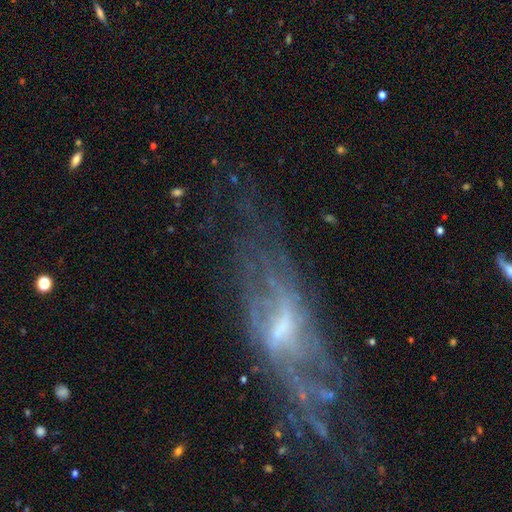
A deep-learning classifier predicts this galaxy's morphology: A featured or disk galaxy (71%). Merging: none (59%).